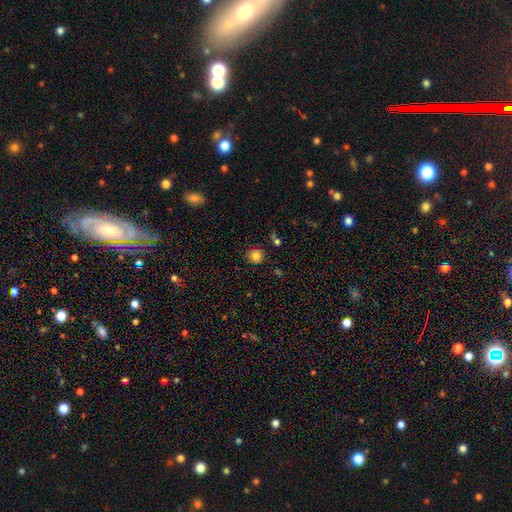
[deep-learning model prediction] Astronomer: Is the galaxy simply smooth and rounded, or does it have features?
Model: smooth — 83%.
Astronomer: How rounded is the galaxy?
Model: round — 90%.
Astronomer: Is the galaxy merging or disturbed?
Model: none — 85%.